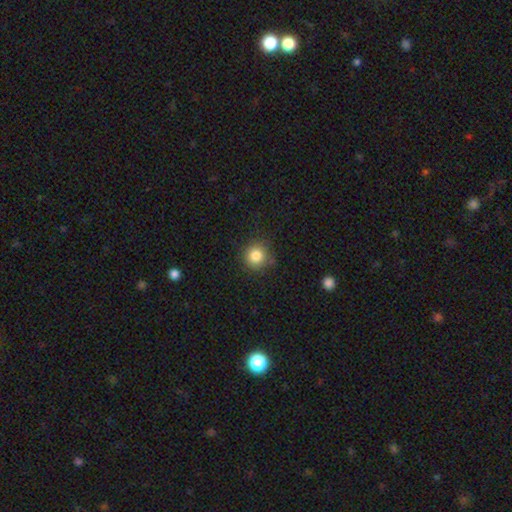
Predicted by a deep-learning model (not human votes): Smooth or featured?
  - smooth: 84% *
  - star or artifact: 11%
  - featured or disk: 5%
How rounded?
  - round: 92% *
  - in between: 7%
  - cigar-shaped: 1%
Merging?
  - none: 84% *
  - minor disturbance: 10%
  - major disturbance: 3%
  - merger: 2%